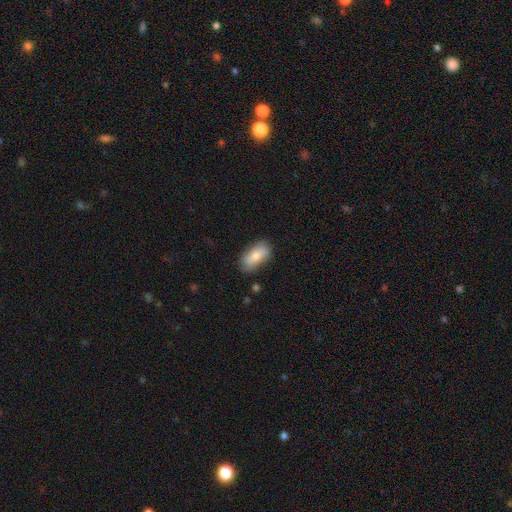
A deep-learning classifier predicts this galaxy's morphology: Overall: smooth (79%). How rounded: in between (89%). Merging: none (76%).